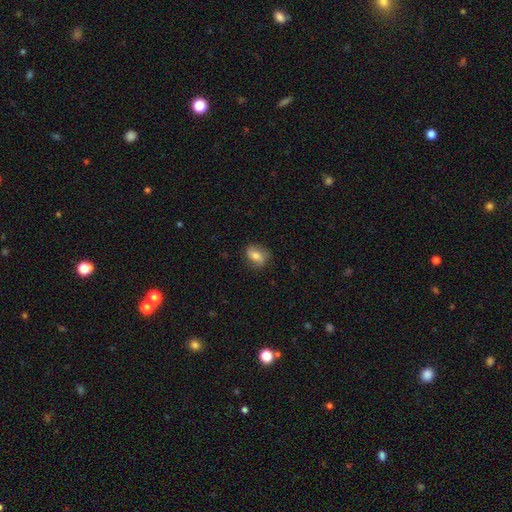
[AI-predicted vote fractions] Smooth or featured: smooth — 63% (featured or disk — 29%)
How rounded: in between — 70% (round — 27%)
Merging: none — 76% (minor disturbance — 18%)